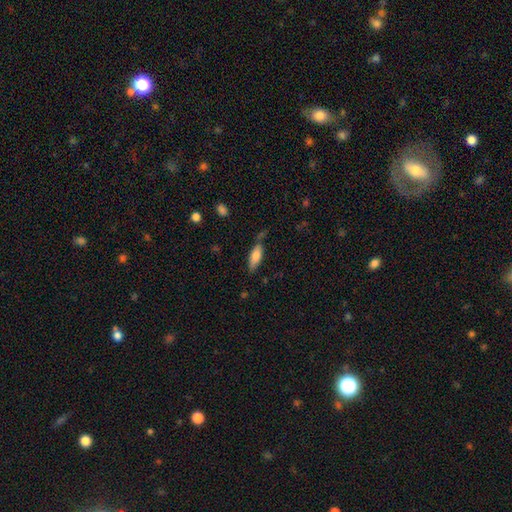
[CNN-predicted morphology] This appears to be a smooth galaxy with no disk features (75%) that is in between round and cigar-shaped (66%). Merging: none (60%).